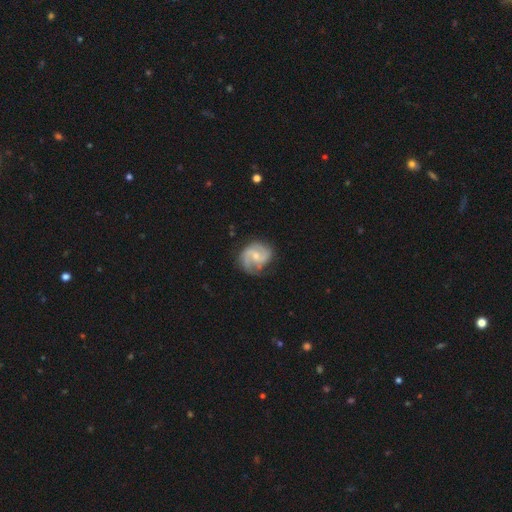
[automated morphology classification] This appears to be a featured or disk galaxy (83%) with a weak bar (47%), 2 (75%) medium (52%) spiral arms (96%) and a small central bulge (55%). Merging: none (71%).